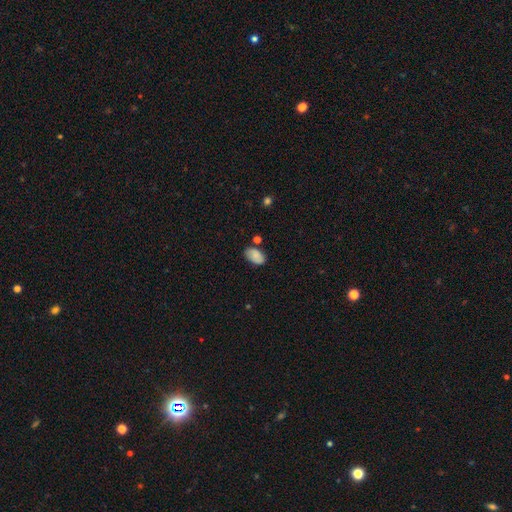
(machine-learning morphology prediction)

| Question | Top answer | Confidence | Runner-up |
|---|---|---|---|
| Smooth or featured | smooth | 76% | featured or disk (15%) |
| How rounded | in between | 91% | round (7%) |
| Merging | none | 72% | minor disturbance (18%) |